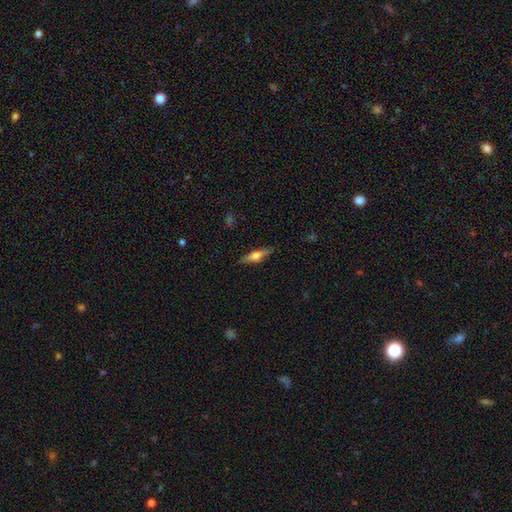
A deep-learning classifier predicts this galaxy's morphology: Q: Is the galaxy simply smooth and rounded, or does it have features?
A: featured or disk — 53%.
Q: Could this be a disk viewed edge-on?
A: yes — 94%.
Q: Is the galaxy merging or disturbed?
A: none — 86%.